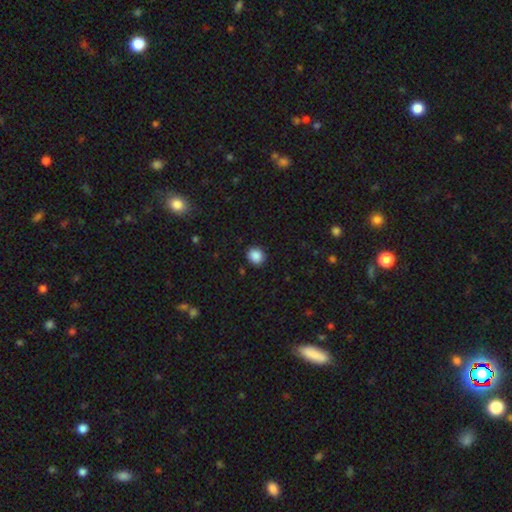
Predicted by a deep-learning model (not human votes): smooth-or-featured: smooth: 88% | star or artifact: 9% | featured or disk: 3%
  how-rounded: round: 78% | in between: 21% | cigar-shaped: 1%
  merging: none: 89% | minor disturbance: 8% | major disturbance: 2% | merger: 1%